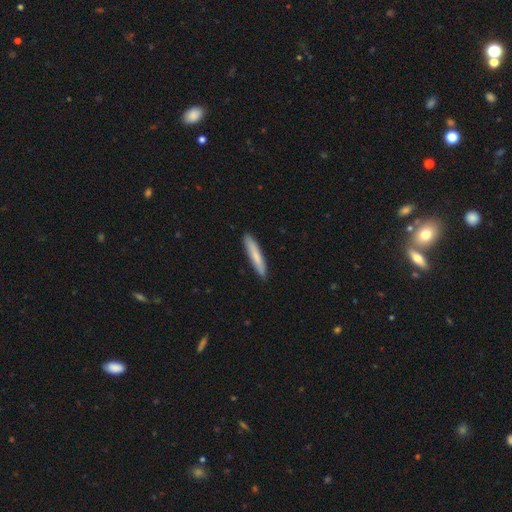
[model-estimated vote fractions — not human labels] Morphology: type=smooth (77%); roundness=cigar-shaped (94%); merging=none (90%).